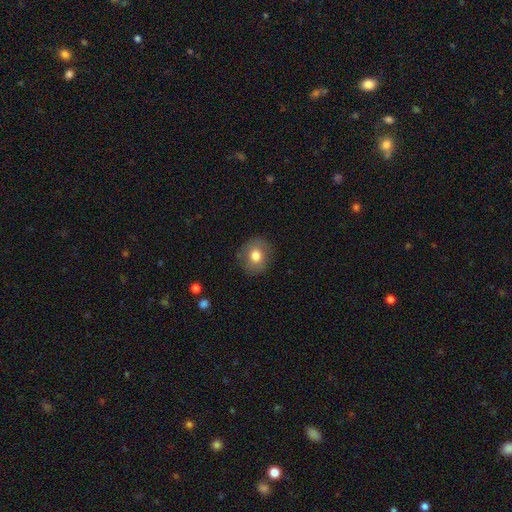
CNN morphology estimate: This is likely a smooth galaxy (75%). How rounded: likely round (76%). Merging: clearly none (84%).